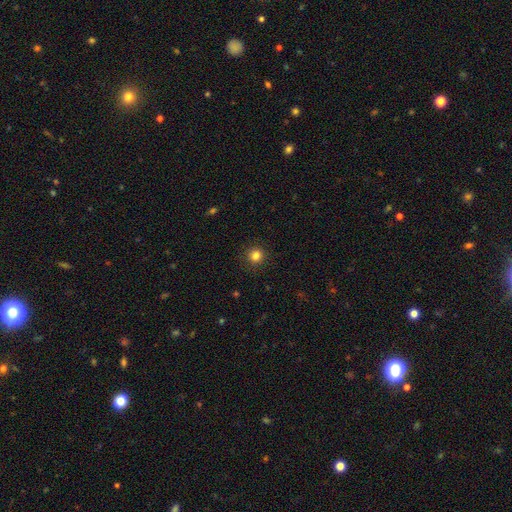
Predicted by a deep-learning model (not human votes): smooth_or_featured: smooth (p=0.83) [alt: star or artifact p=0.12]
how_rounded: round (p=0.92) [alt: in between p=0.07]
merging: none (p=0.91) [alt: minor disturbance p=0.06]